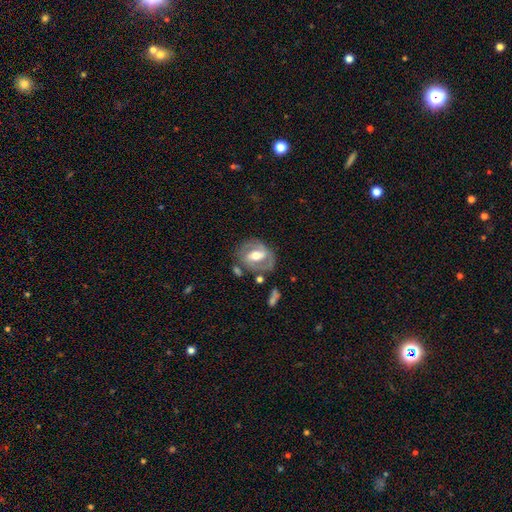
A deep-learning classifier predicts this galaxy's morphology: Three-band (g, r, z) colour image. It shows a featured or disk galaxy (71%) with a strong bar (39%), spiral arms (71%) and a moderate central bulge (71%). Merging: none (66%).